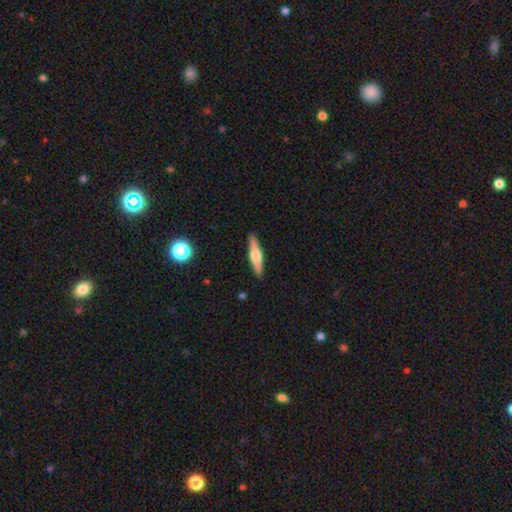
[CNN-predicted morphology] This is possibly a featured or disk galaxy (55%). It is clearly viewed edge-on (96%). Edge-on bulge: clearly rounded (87%). Merging: clearly none (91%).